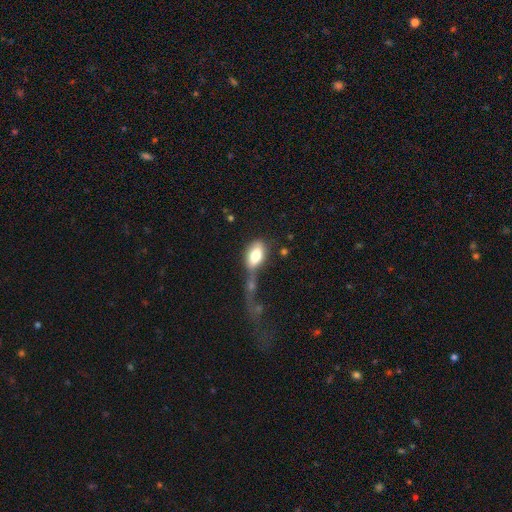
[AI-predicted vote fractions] Smooth or featured? smooth (75%)
How rounded? in between (90%)
Merging? merger (35%)